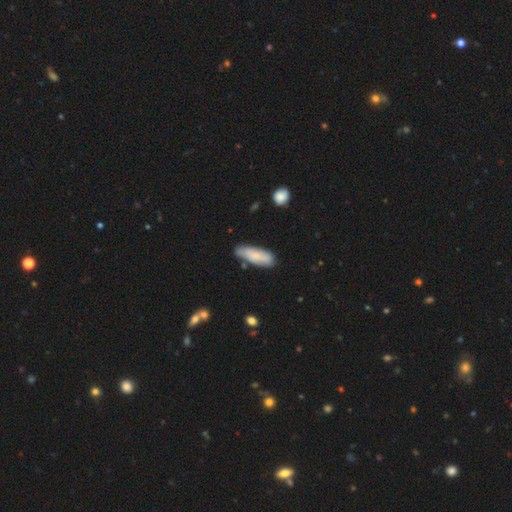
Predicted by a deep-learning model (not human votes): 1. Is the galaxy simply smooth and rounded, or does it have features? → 76% smooth, 18% featured or disk, 6% star or artifact.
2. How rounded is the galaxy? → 55% in between, 43% cigar-shaped, 2% round.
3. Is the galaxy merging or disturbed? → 68% none, 23% minor disturbance, 5% merger, 4% major disturbance.